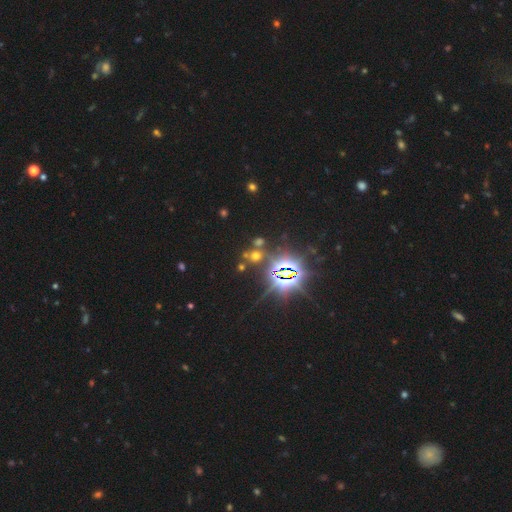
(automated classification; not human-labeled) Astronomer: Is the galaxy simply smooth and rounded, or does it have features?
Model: star or artifact — 58% (runner-up: smooth, 33%).